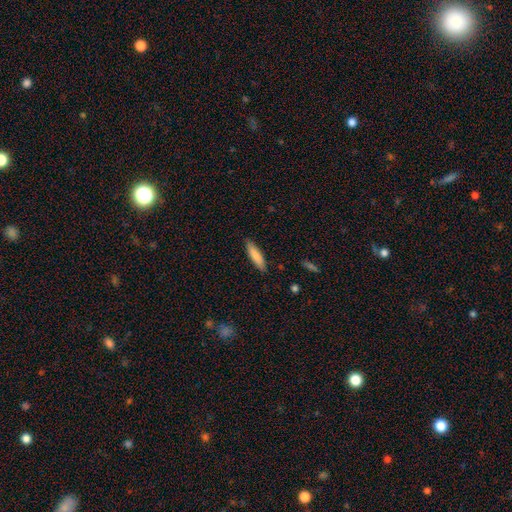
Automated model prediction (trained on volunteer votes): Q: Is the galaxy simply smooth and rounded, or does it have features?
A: smooth — 84%.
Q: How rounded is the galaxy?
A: cigar-shaped — 70%.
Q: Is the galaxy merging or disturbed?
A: none — 86%.